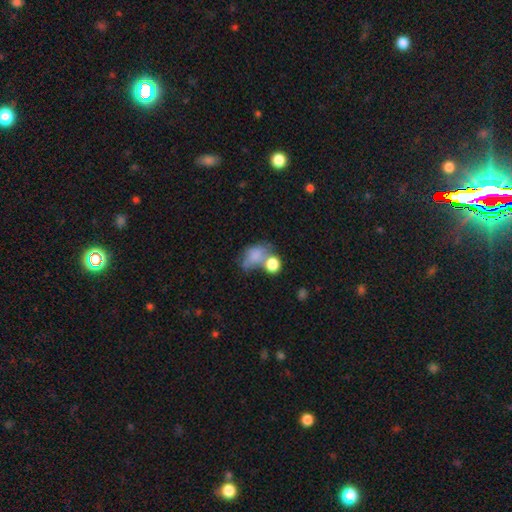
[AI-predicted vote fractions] Smooth or featured?
  - smooth: 72% *
  - featured or disk: 17%
  - star or artifact: 11%
How rounded?
  - in between: 67% *
  - round: 31%
  - cigar-shaped: 2%
Merging?
  - merger: 42% *
  - none: 24%
  - major disturbance: 18%
  - minor disturbance: 16%